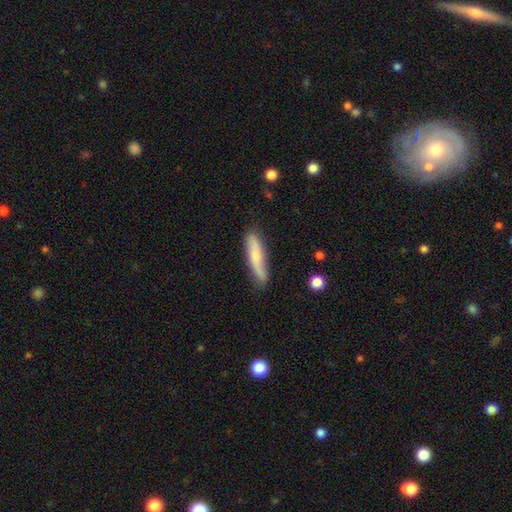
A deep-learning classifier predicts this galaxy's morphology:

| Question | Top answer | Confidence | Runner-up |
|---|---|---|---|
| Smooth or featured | smooth | 61% | featured or disk (33%) |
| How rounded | cigar-shaped | 82% | in between (16%) |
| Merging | none | 75% | minor disturbance (19%) |